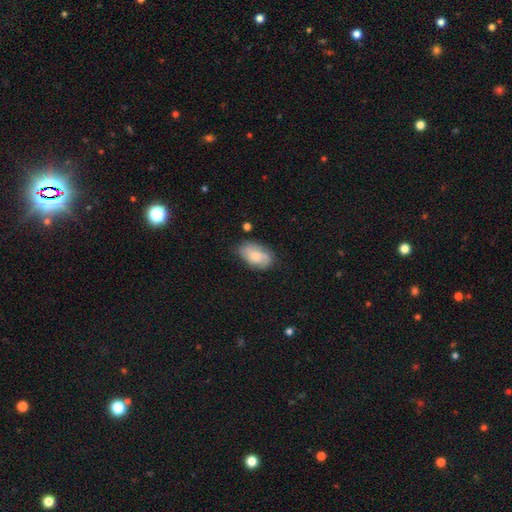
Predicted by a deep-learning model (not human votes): This appears to be a smooth galaxy with no disk features (66%) that is in between round and cigar-shaped (91%). Merging: none (69%).